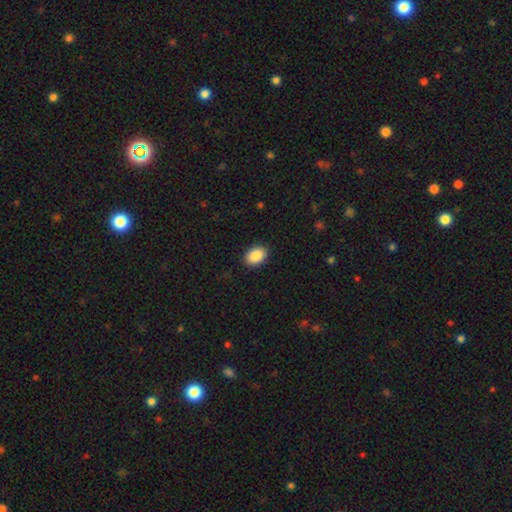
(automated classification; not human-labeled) Smooth or featured?
  - smooth: 88% *
  - star or artifact: 7%
  - featured or disk: 5%
How rounded?
  - in between: 80% *
  - round: 19%
  - cigar-shaped: 1%
Merging?
  - none: 90% *
  - minor disturbance: 7%
  - major disturbance: 2%
  - merger: 1%